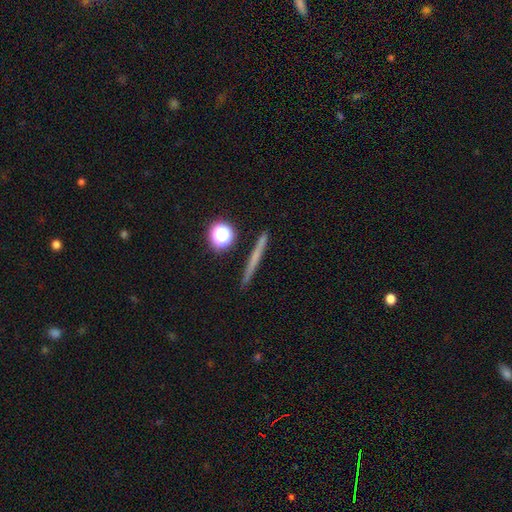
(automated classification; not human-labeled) Smooth or featured? Predicted: smooth (p=0.48). Merging? Predicted: none (p=0.90).